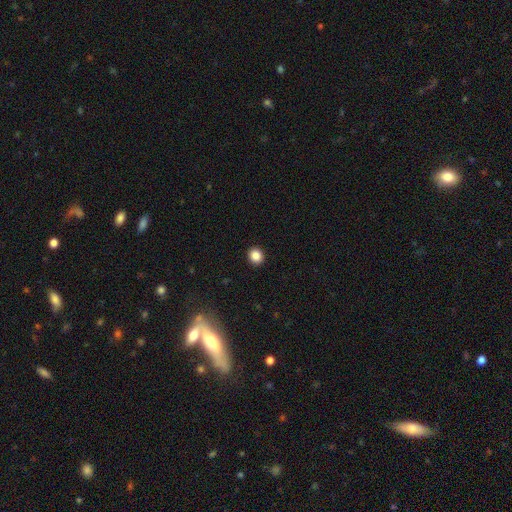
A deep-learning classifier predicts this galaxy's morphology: Smooth or featured? smooth (86%)
How rounded? round (80%)
Merging? none (92%)